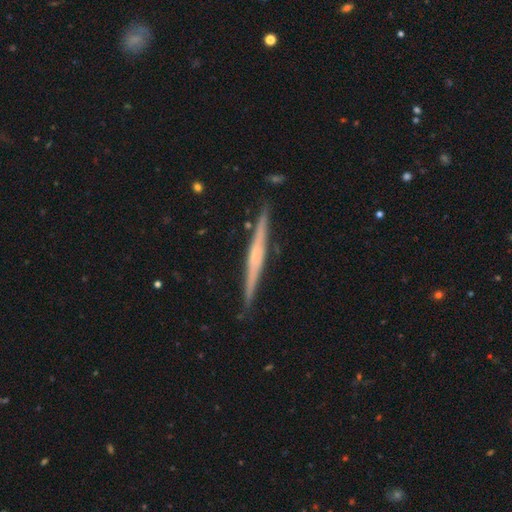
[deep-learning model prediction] featured or disk 70%, smooth 24%, star or artifact 6%. Down the decision tree: edge-on disk — yes (98%); edge-on bulge — none (51%); merging — none (88%).